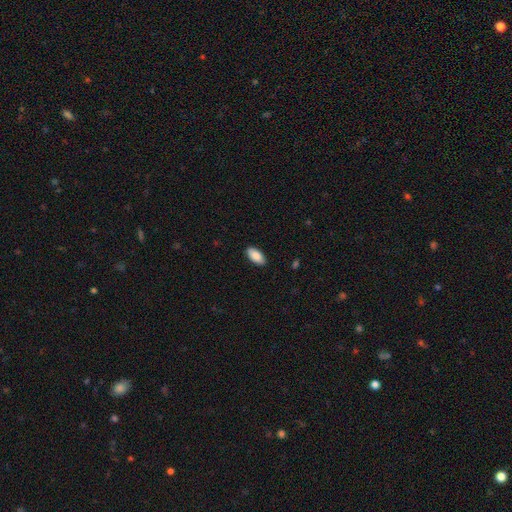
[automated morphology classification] type=smooth (87%); roundness=in between (93%); merging=none (89%).